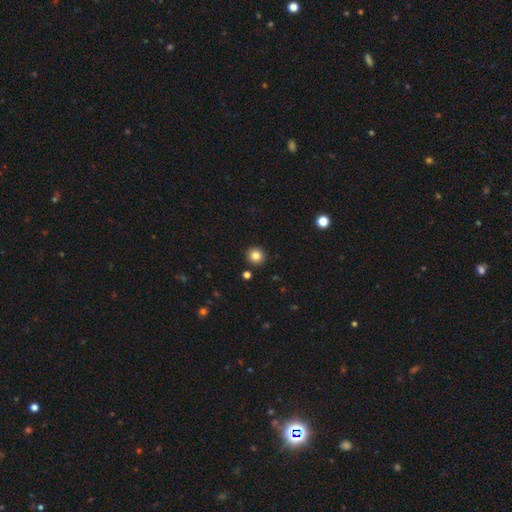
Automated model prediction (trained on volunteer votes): This is clearly a smooth galaxy (84%). How rounded: clearly round (94%). Merging: clearly none (92%).